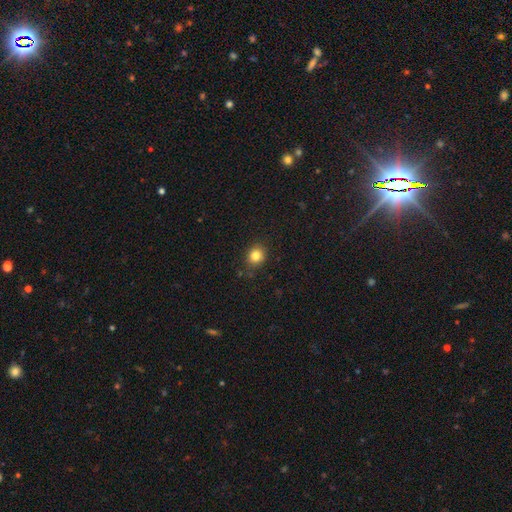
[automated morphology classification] The model was most divided on "how rounded": round: 80%, in between: 19%, cigar-shaped: 1%. More confident: merging — none (86%); smooth or featured — smooth (83%).